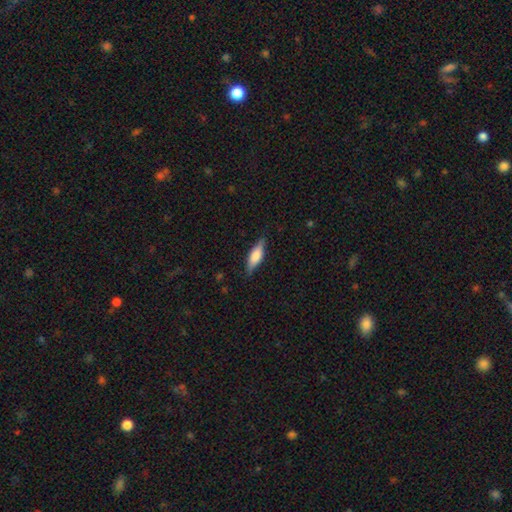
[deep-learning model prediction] Smooth or featured?
  - smooth: 59% *
  - featured or disk: 35%
  - star or artifact: 6%
How rounded?
  - in between: 52% *
  - cigar-shaped: 46%
  - round: 3%
Merging?
  - none: 84% *
  - minor disturbance: 13%
  - major disturbance: 3%
  - merger: 1%